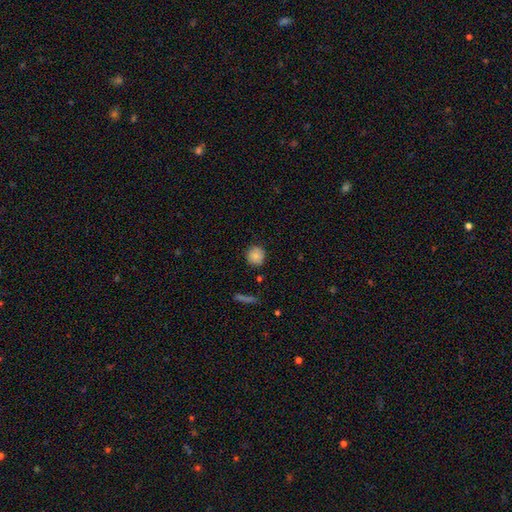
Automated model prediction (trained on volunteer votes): Smooth or featured?
  - smooth: 84% *
  - star or artifact: 9%
  - featured or disk: 8%
How rounded?
  - round: 91% *
  - in between: 8%
  - cigar-shaped: 1%
Merging?
  - none: 84% *
  - minor disturbance: 12%
  - major disturbance: 2%
  - merger: 2%